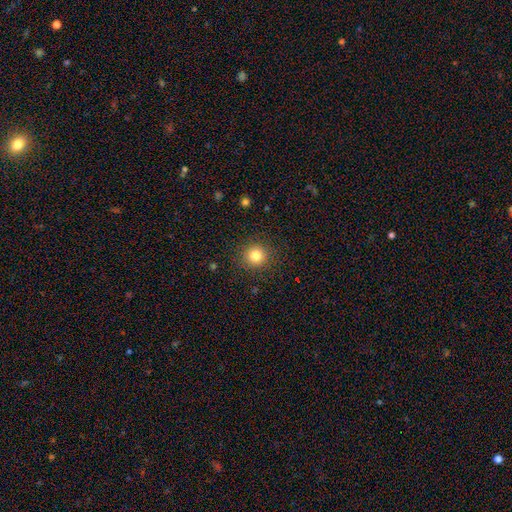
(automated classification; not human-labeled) Q: Smooth or featured?
A: smooth (82%); runner-up: star or artifact (12%)
Q: How rounded?
A: round (93%); runner-up: in between (6%)
Q: Merging?
A: none (89%); runner-up: minor disturbance (7%)